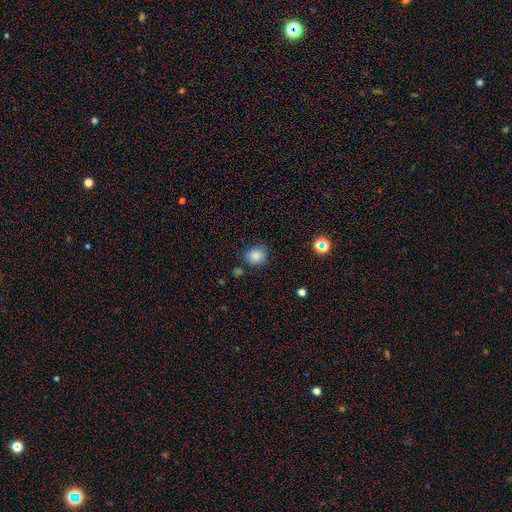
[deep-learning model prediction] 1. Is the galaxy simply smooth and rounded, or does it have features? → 83% smooth, 12% star or artifact, 5% featured or disk.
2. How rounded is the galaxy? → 76% round, 24% in between, 1% cigar-shaped.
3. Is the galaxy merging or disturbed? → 77% none, 15% minor disturbance, 4% merger, 4% major disturbance.